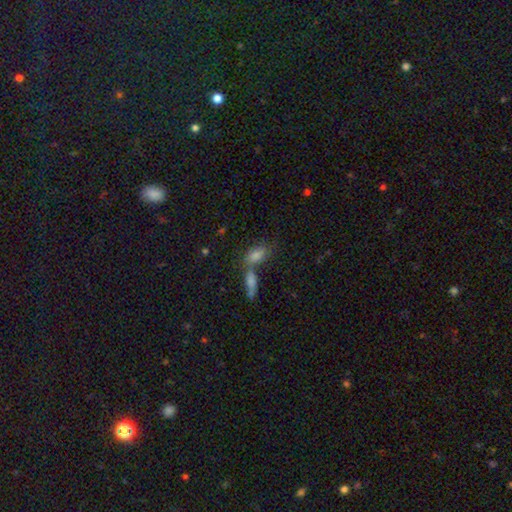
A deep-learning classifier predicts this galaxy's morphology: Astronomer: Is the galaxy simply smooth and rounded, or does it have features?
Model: smooth — 74%.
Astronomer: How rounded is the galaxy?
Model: in between — 82%.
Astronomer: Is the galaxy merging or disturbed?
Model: merger — 46% (runner-up: none, 41%).